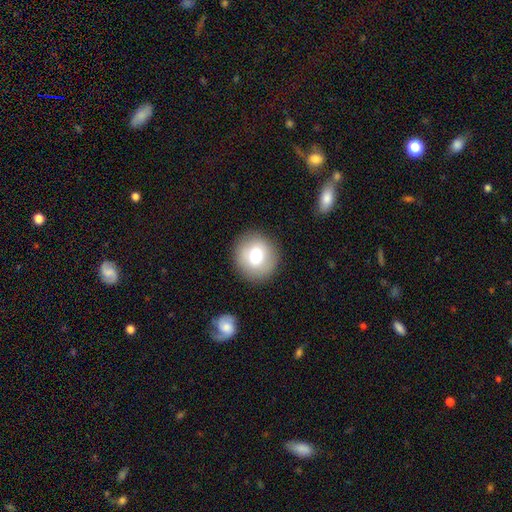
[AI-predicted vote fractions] This is likely a smooth galaxy (72%). How rounded: clearly round (88%). Merging: clearly none (88%).